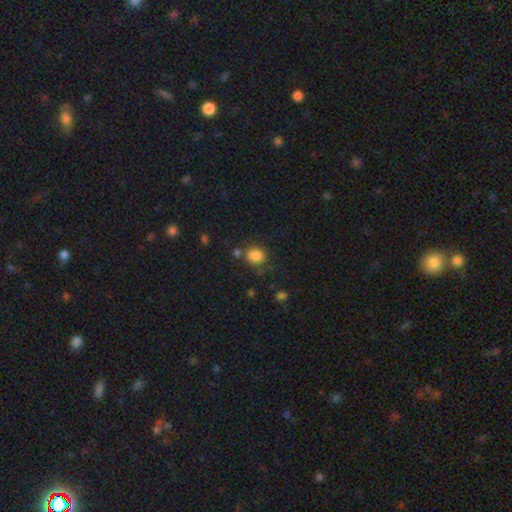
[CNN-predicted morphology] smooth-or-featured: smooth: 82% | star or artifact: 12% | featured or disk: 6%
  how-rounded: round: 66% | in between: 33% | cigar-shaped: 1%
  merging: none: 62% | minor disturbance: 18% | merger: 13% | major disturbance: 7%